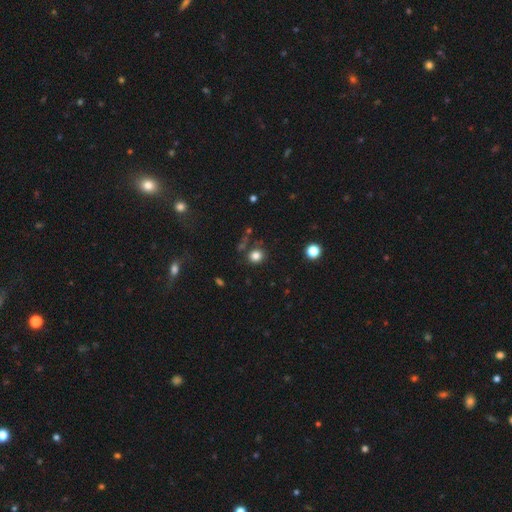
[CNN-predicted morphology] Smooth or featured? Predicted: smooth (p=0.81). How rounded? Predicted: round (p=0.85). Merging? Predicted: none (p=0.80).